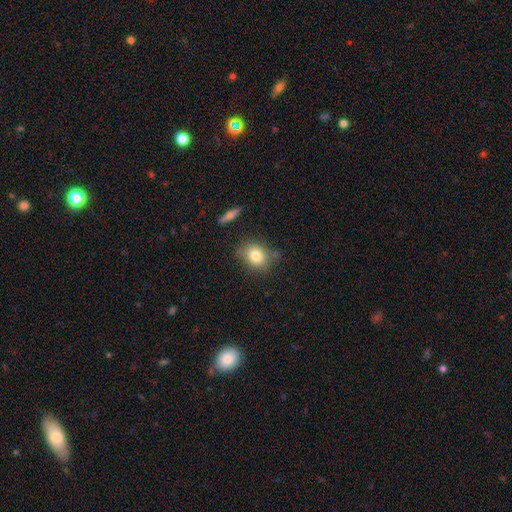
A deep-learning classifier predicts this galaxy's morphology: Smooth or featured?
  - smooth: 79% *
  - featured or disk: 12%
  - star or artifact: 10%
How rounded?
  - round: 50% *
  - in between: 48%
  - cigar-shaped: 2%
Merging?
  - none: 75% *
  - minor disturbance: 16%
  - merger: 5%
  - major disturbance: 4%